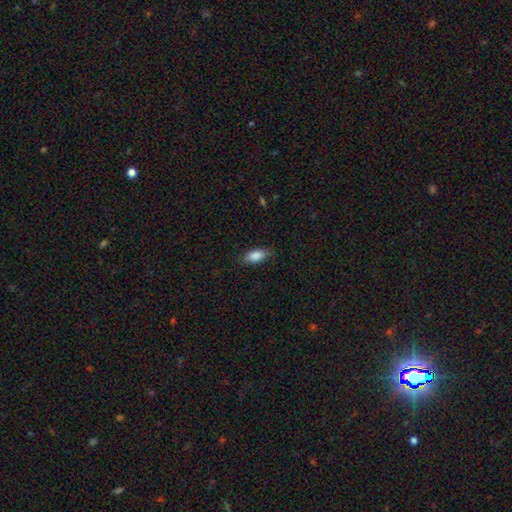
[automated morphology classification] Smooth or featured? Predicted: smooth (p=0.86). How rounded? Predicted: in between (p=0.86). Merging? Predicted: none (p=0.81).